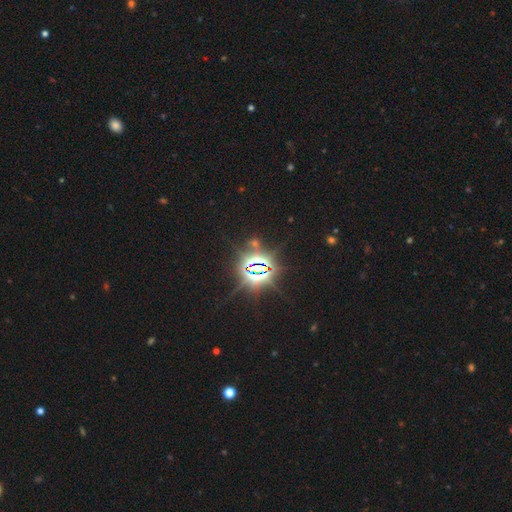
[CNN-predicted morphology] smooth-or-featured: star or artifact: 85% | smooth: 8% | featured or disk: 7%